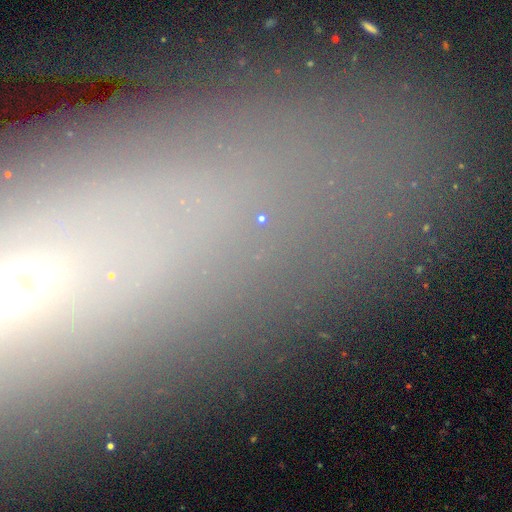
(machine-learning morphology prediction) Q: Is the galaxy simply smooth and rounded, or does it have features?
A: star or artifact — 55%.